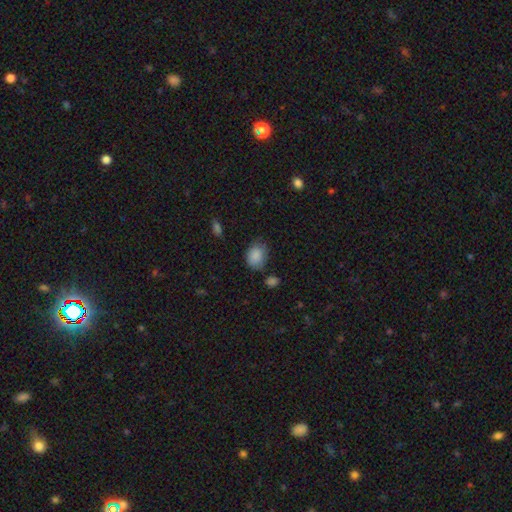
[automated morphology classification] Q: Smooth or featured?
A: smooth (87%); runner-up: star or artifact (8%)
Q: How rounded?
A: in between (66%); runner-up: round (33%)
Q: Merging?
A: none (66%); runner-up: minor disturbance (24%)